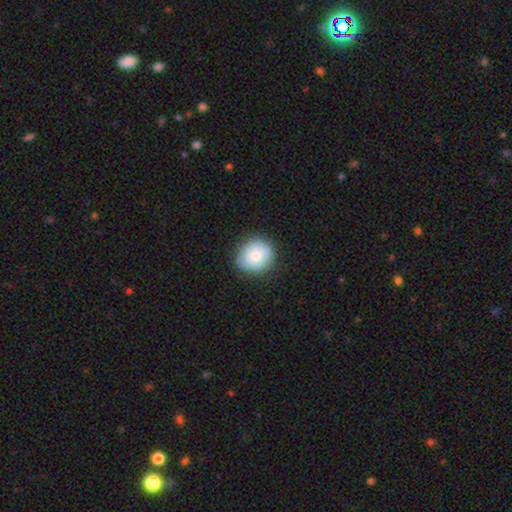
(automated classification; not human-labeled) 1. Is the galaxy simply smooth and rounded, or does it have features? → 77% smooth, 15% featured or disk, 8% star or artifact.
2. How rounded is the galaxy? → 88% round, 11% in between, 1% cigar-shaped.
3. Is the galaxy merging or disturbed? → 84% none, 12% minor disturbance, 3% major disturbance, 1% merger.